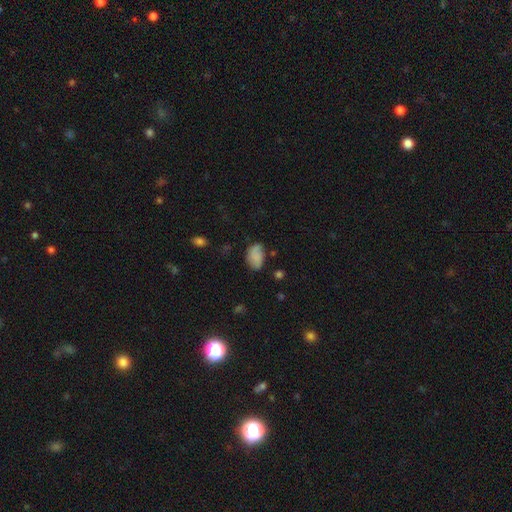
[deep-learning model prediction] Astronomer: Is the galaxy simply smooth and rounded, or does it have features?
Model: smooth — 77%.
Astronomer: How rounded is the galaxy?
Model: in between — 88%.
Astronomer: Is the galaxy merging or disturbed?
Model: none — 59%.